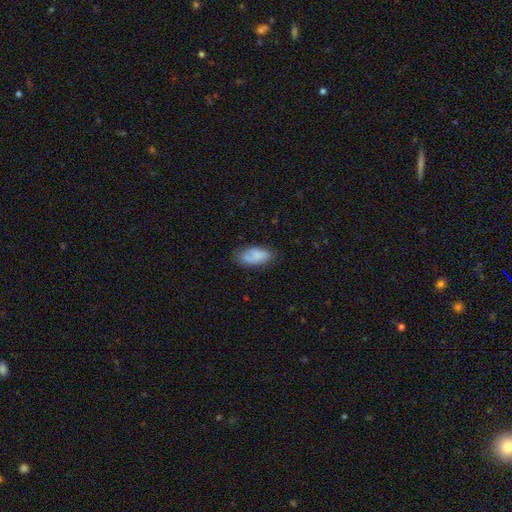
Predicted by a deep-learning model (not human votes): A smooth galaxy with no disk features (77%) that is in between round and cigar-shaped (93%).

Vote fractions:
- Smooth or featured? smooth: 77% / featured or disk: 15% / star or artifact: 8%
- How rounded? in between: 93% / cigar-shaped: 4% / round: 3%
- Merging? none: 68% / minor disturbance: 23% / major disturbance: 7% / merger: 3%